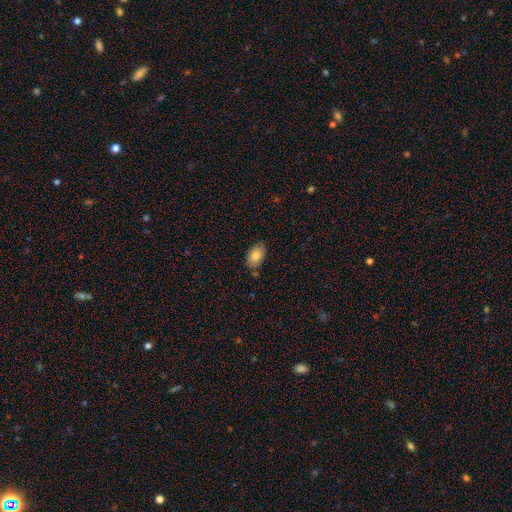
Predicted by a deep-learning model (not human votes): Q: Smooth or featured?
A: smooth (83%); runner-up: featured or disk (10%)
Q: How rounded?
A: in between (93%); runner-up: round (6%)
Q: Merging?
A: none (77%); runner-up: minor disturbance (16%)